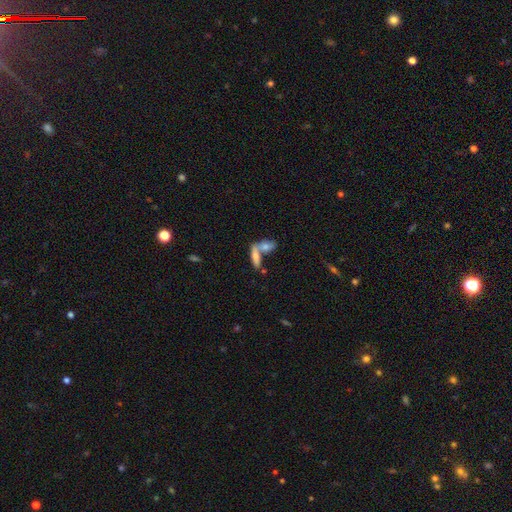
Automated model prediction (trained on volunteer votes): A smooth galaxy with no disk features (65%) that is in between round and cigar-shaped (56%).

Vote fractions:
- Smooth or featured? smooth: 65% / featured or disk: 25% / star or artifact: 9%
- How rounded? in between: 56% / cigar-shaped: 40% / round: 4%
- Merging? merger: 58% / none: 31% / minor disturbance: 7% / major disturbance: 4%